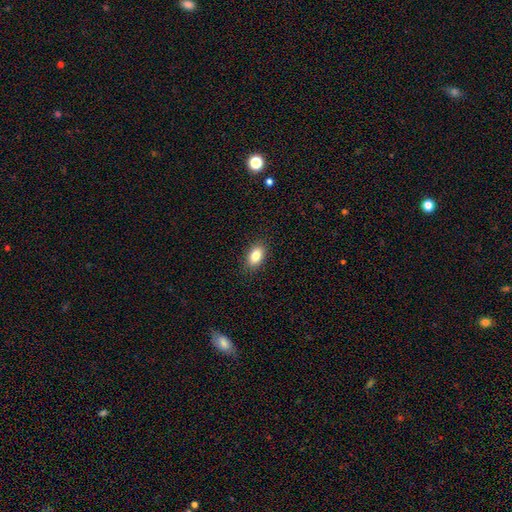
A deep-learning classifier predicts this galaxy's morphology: smooth 84%, star or artifact 8%, featured or disk 7%. Down the decision tree: how rounded — in between (89%); merging — none (89%).